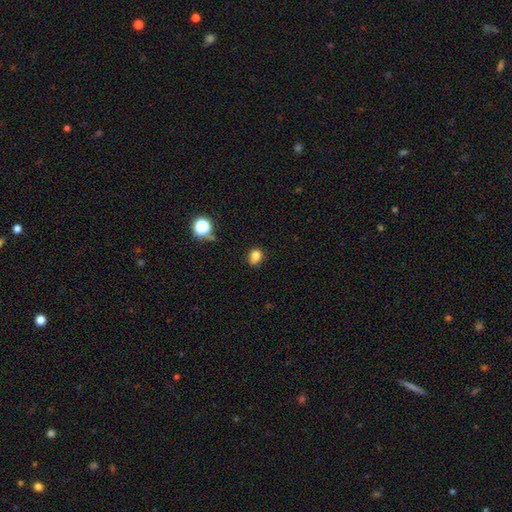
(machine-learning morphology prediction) This is likely a smooth galaxy (79%). How rounded: likely round (61%). Merging: likely none (62%).